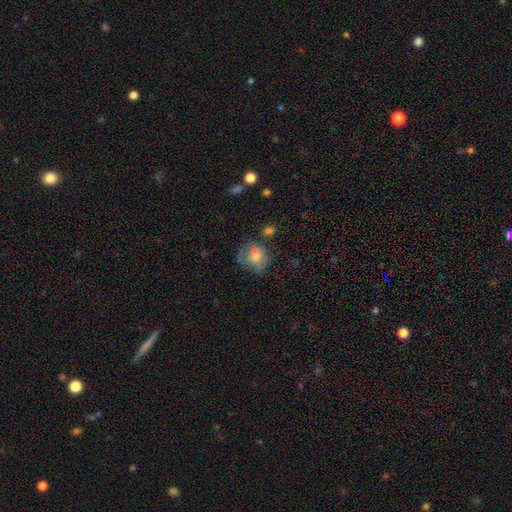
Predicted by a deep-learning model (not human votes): smooth-or-featured: smooth: 68% | featured or disk: 22% | star or artifact: 9%
  how-rounded: round: 62% | in between: 37% | cigar-shaped: 1%
  merging: none: 43% | minor disturbance: 29% | major disturbance: 19% | merger: 10%